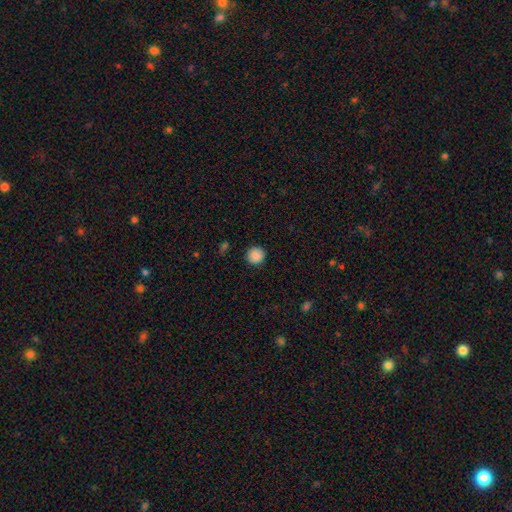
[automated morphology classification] A smooth galaxy with no disk features (87%) that is round (92%).

Vote fractions:
- Smooth or featured? smooth: 87% / star or artifact: 9% / featured or disk: 4%
- How rounded? round: 92% / in between: 7% / cigar-shaped: 1%
- Merging? none: 89% / minor disturbance: 7% / major disturbance: 2% / merger: 1%